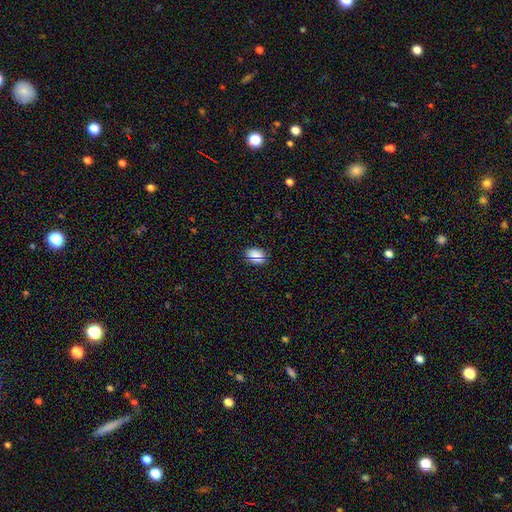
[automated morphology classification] Smooth or featured? smooth (74%)
How rounded? in between (71%)
Merging? none (86%)